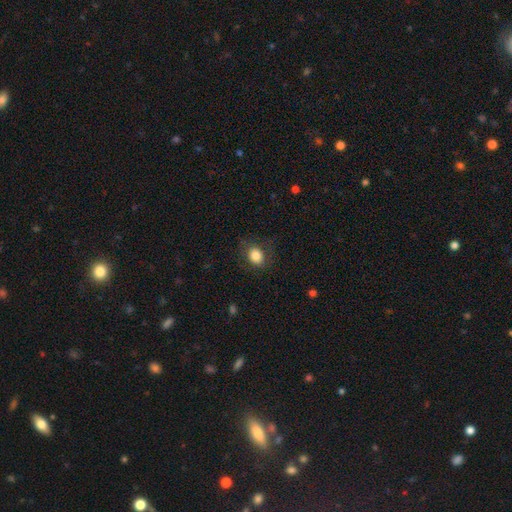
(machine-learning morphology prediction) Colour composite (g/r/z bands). It shows a smooth galaxy with no disk features (83%) that is round (52%). Merging: none (77%).